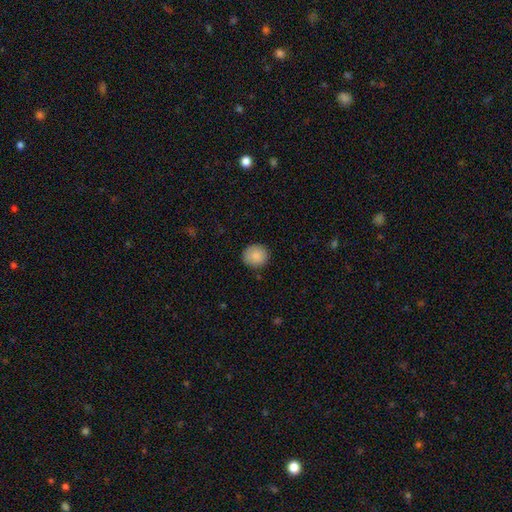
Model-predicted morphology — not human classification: smooth 87%, star or artifact 8%, featured or disk 5%. Down the decision tree: how rounded — round (89%); merging — none (89%).